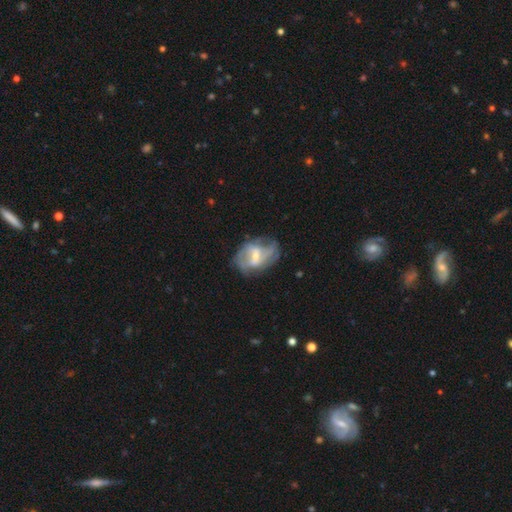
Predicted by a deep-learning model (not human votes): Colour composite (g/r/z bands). It shows a featured or disk galaxy (71%) with a weak bar (50%), spiral arms (73%) and a small central bulge (52%). Merging: none (54%).